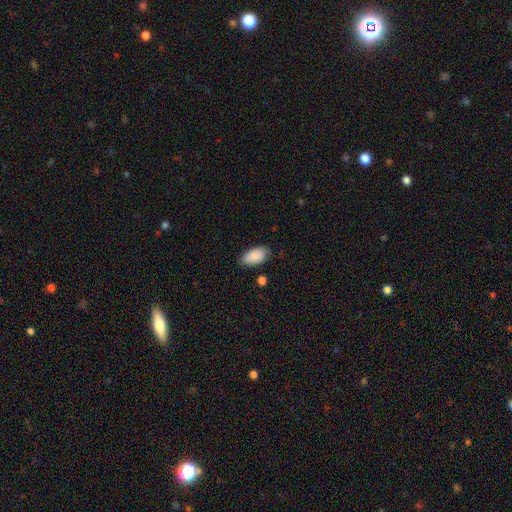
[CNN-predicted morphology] This is clearly a smooth galaxy (88%). How rounded: clearly in between (94%). Merging: likely none (76%).